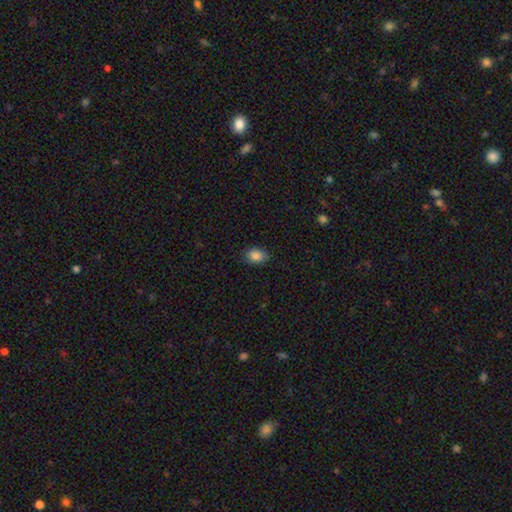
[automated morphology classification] A smooth galaxy with no disk features (87%) that is in between round and cigar-shaped (77%).

Vote fractions:
- Smooth or featured? smooth: 87% / star or artifact: 9% / featured or disk: 5%
- How rounded? in between: 77% / round: 22% / cigar-shaped: 1%
- Merging? none: 83% / minor disturbance: 14% / major disturbance: 3% / merger: 1%